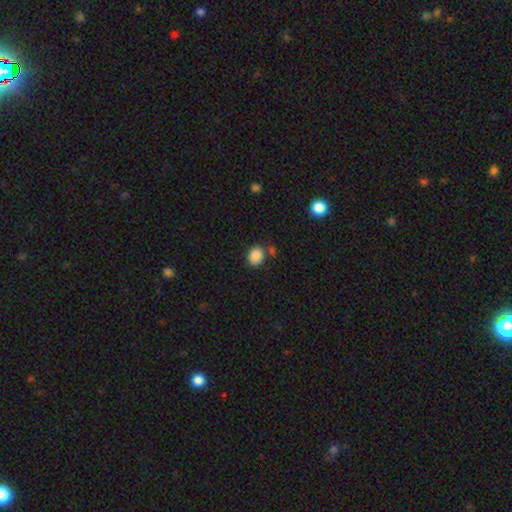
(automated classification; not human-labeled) Overall: smooth (87%). How rounded: round (60%; in between 39%). Merging: none (75%).